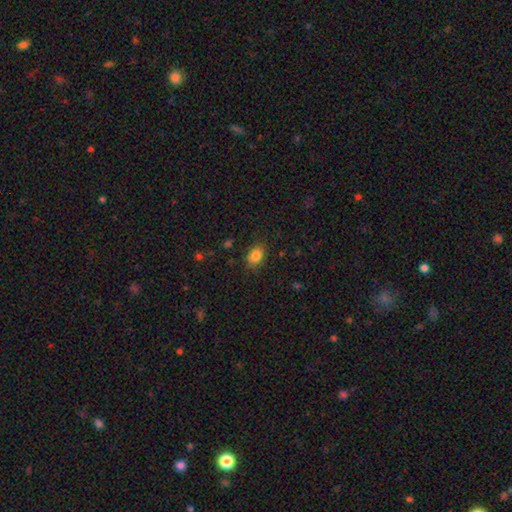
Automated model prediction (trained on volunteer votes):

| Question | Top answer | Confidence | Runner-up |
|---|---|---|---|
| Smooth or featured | smooth | 83% | star or artifact (10%) |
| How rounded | in between | 68% | round (31%) |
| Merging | none | 83% | minor disturbance (13%) |